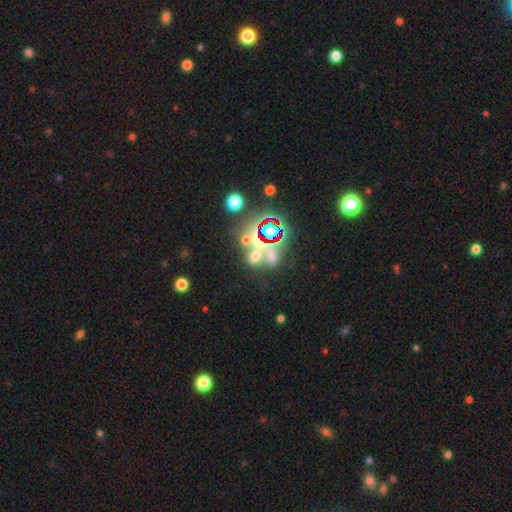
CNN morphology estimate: smooth-or-featured: smooth: 45% | star or artifact: 41% | featured or disk: 14%
  merging: none: 48% | merger: 34% | minor disturbance: 10% | major disturbance: 8%